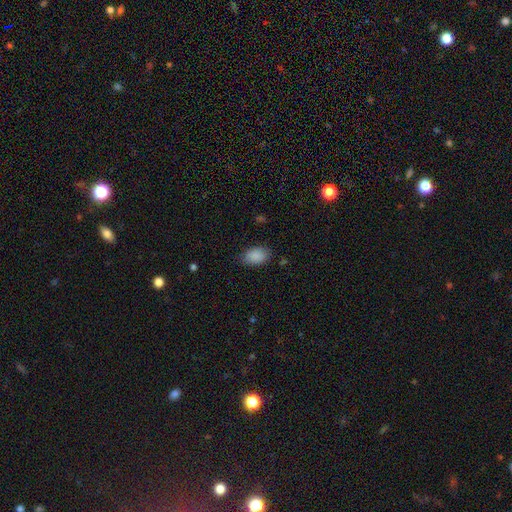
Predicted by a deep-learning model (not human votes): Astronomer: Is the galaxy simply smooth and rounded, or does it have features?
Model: smooth — 88%.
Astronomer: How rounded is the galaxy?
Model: in between — 90%.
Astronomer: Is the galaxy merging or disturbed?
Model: none — 78%.